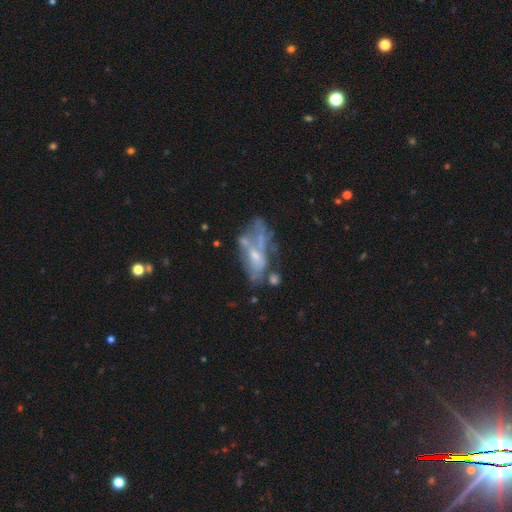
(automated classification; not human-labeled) Morphology: type=featured or disk (62%); edge-on=no (89%); bar=no (78%); spiral arms=no (79%); bulge=small (48%); merging=none (30%).